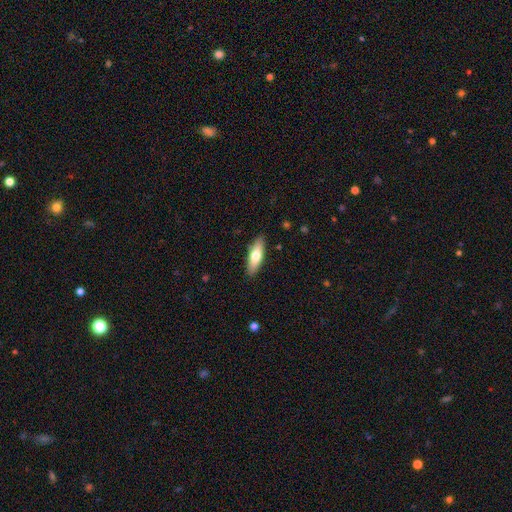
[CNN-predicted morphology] The model was most divided on "how rounded": in between: 52%, cigar-shaped: 46%, round: 2%. More confident: merging — none (88%); smooth or featured — smooth (69%).